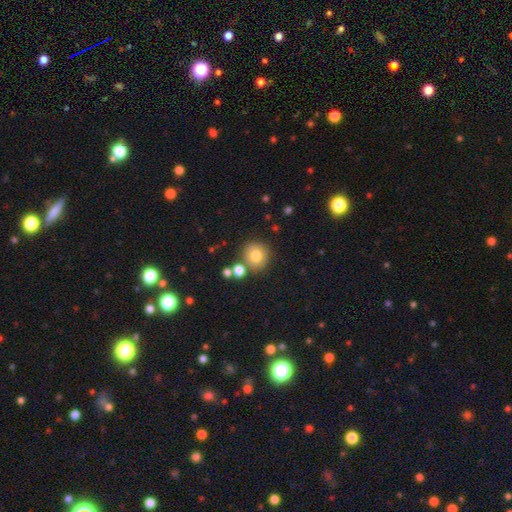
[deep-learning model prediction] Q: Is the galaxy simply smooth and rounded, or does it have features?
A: smooth — 77%.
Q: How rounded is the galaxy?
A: round — 92%.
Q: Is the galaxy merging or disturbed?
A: none — 77%.